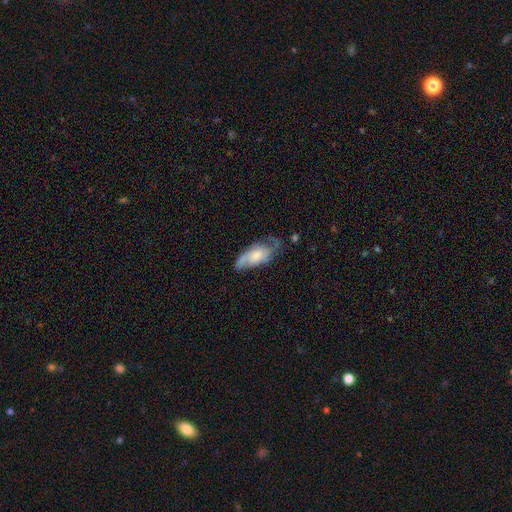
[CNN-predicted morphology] Smooth or featured? featured or disk (58%)
Edge-on disk? no (90%)
Bar? no (67%)
Spiral arms? yes (84%)
Bulge size? moderate (38%)
Merging? none (49%)